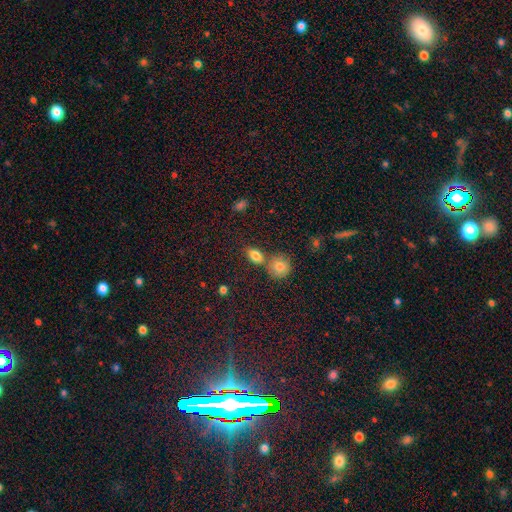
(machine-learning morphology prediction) Q: Smooth or featured?
A: smooth (81%); runner-up: star or artifact (10%)
Q: How rounded?
A: in between (78%); runner-up: round (18%)
Q: Merging?
A: none (57%); runner-up: merger (28%)